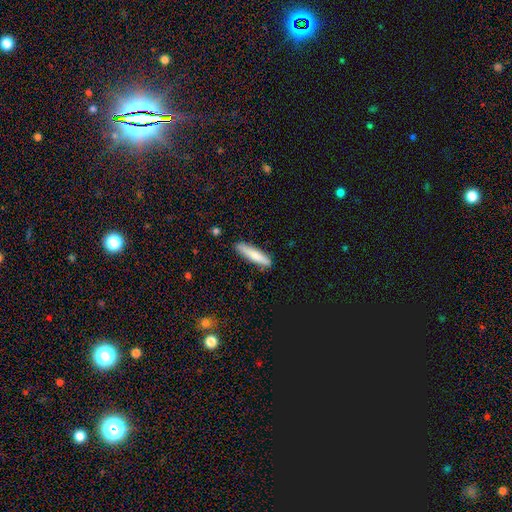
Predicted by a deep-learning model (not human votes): A smooth galaxy with no disk features (76%) that is cigar-shaped (83%).

Vote fractions:
- Smooth or featured? smooth: 76% / featured or disk: 18% / star or artifact: 6%
- How rounded? cigar-shaped: 83% / in between: 16% / round: 1%
- Merging? none: 86% / minor disturbance: 11% / major disturbance: 2% / merger: 2%